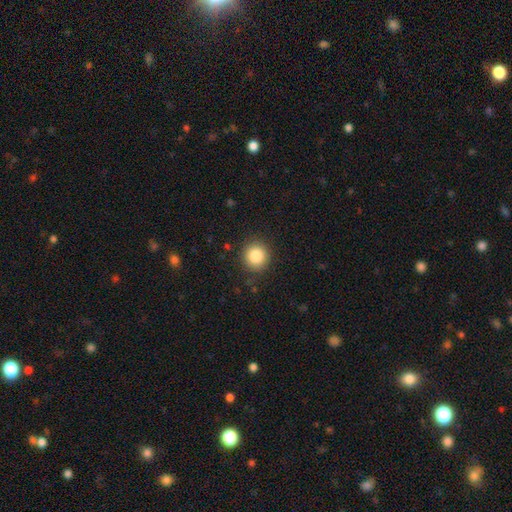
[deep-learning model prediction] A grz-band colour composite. It shows a smooth galaxy with no disk features (85%) that is round (93%). Merging: none (89%).